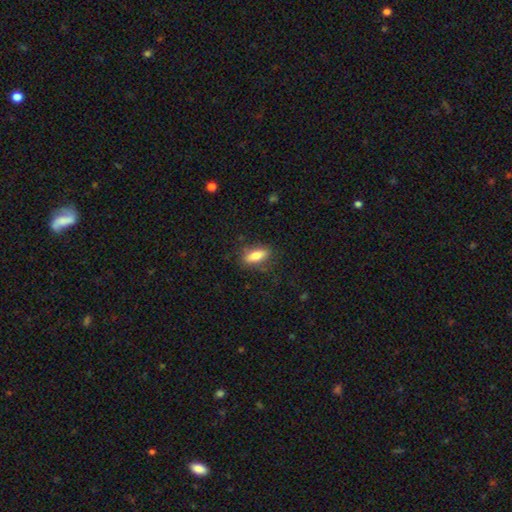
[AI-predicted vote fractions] smooth-or-featured: smooth: 77% | featured or disk: 16% | star or artifact: 7%
  how-rounded: in between: 71% | cigar-shaped: 26% | round: 3%
  merging: none: 80% | minor disturbance: 14% | major disturbance: 4% | merger: 1%